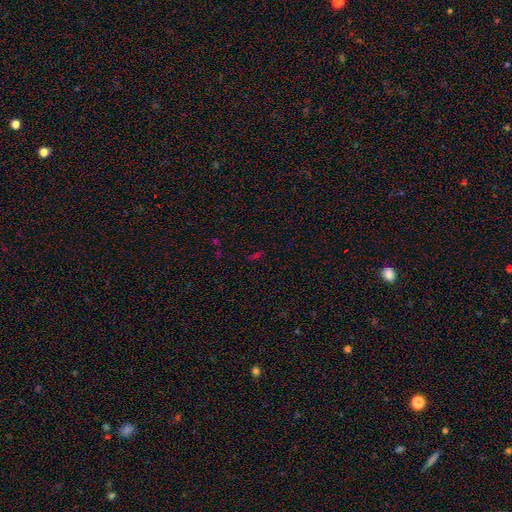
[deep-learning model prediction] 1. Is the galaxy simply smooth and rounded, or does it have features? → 56% star or artifact, 33% smooth, 11% featured or disk.